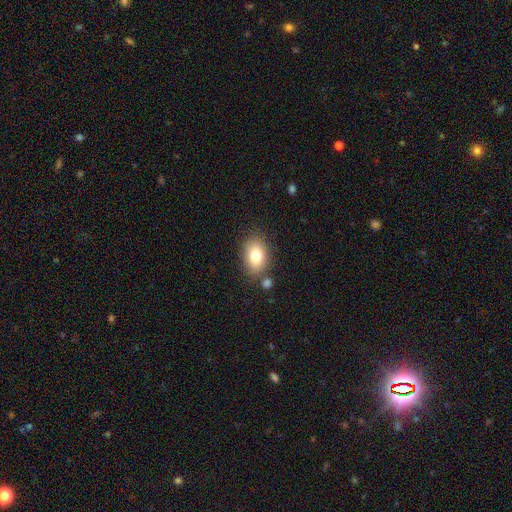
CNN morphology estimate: A smooth galaxy with no disk features (78%) that is in between round and cigar-shaped (81%). Merging: none (76%).